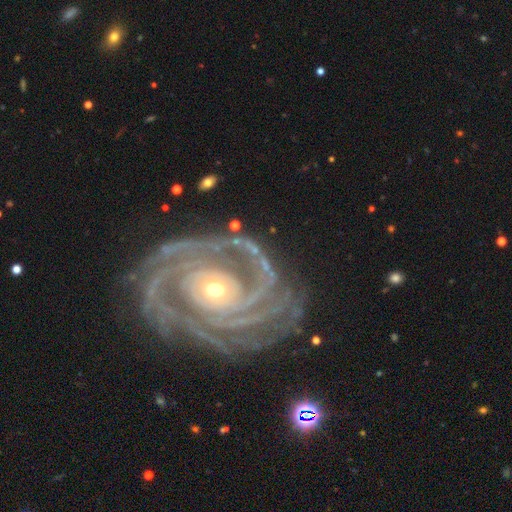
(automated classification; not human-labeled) The model was most divided on "bulge size" (2-way tie): moderate: 48%, small: 48%, large: 2%, none: 1%, dominant: 1%. Remaining: spiral arms — yes (99%); edge-on disk — no (98%); smooth or featured — featured or disk (94%); spiral winding — tight (80%); merging — none (78%); bar — no (69%); spiral arm count — 3 (28%).